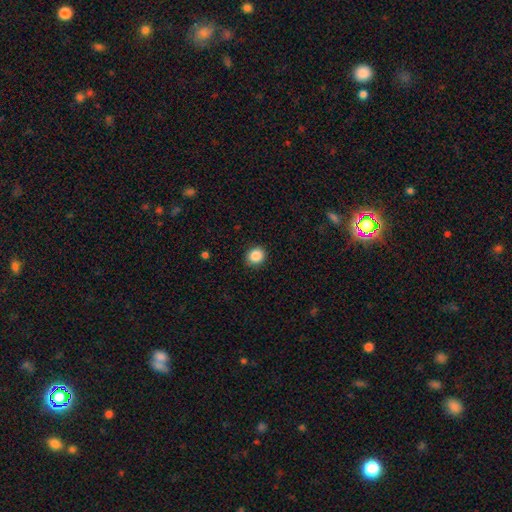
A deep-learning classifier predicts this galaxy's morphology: smooth-or-featured: smooth: 87% | star or artifact: 10% | featured or disk: 4%
  how-rounded: round: 81% | in between: 19% | cigar-shaped: 1%
  merging: none: 89% | minor disturbance: 7% | major disturbance: 2% | merger: 1%